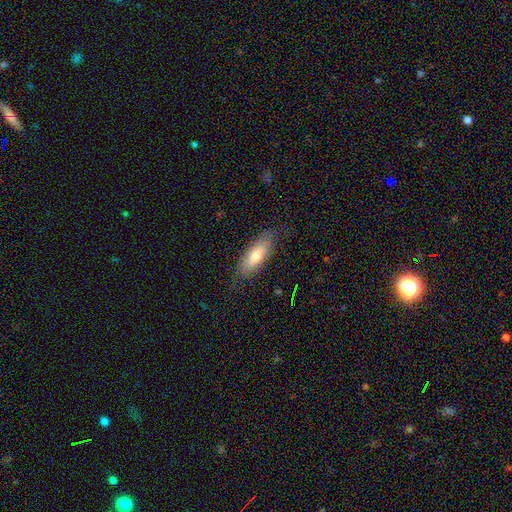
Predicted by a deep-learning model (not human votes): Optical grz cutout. It shows a smooth galaxy with no disk features (71%) that is in between round and cigar-shaped (60%). Merging: none (81%).